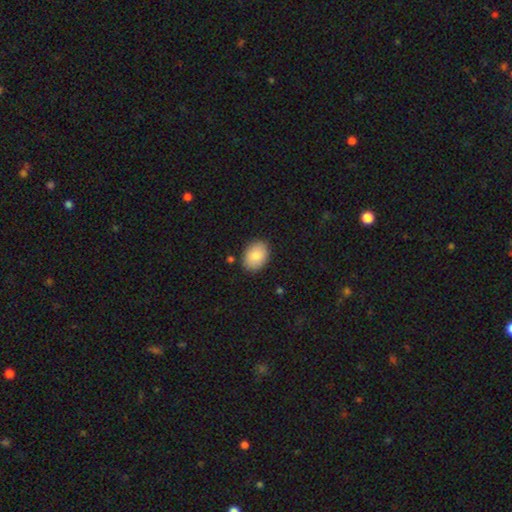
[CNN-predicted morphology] Smooth or featured? Predicted: smooth (p=0.85). How rounded? Predicted: in between (p=0.75). Merging? Predicted: none (p=0.86).